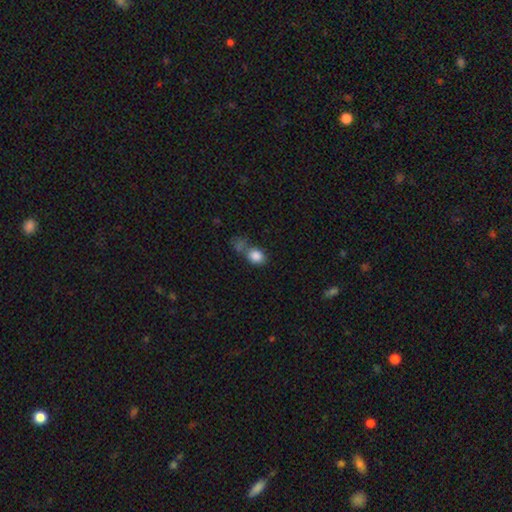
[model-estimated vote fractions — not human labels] A smooth galaxy with no disk features (84%) that is in between round and cigar-shaped (51%). Merging: none (44%).